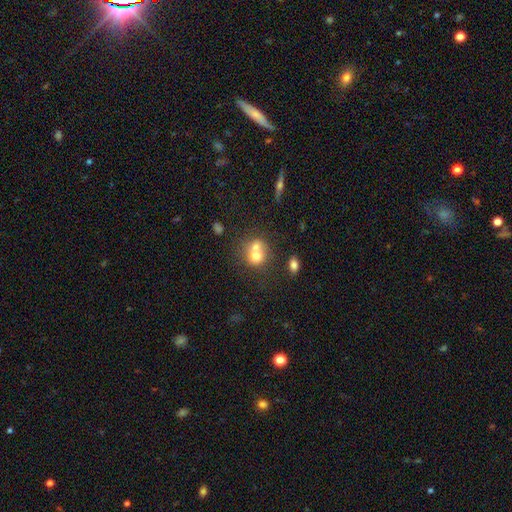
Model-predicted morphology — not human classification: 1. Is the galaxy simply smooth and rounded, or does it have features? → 68% smooth, 21% featured or disk, 11% star or artifact.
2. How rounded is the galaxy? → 74% round, 25% in between, 1% cigar-shaped.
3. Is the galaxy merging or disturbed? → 61% merger, 28% none, 7% minor disturbance, 4% major disturbance.